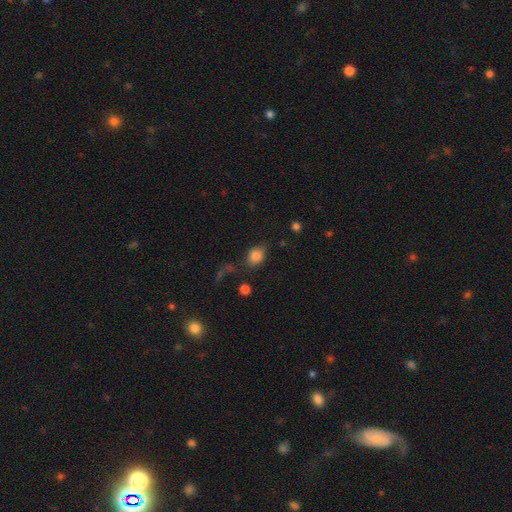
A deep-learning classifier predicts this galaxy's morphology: Smooth or featured?
  - smooth: 83% *
  - star or artifact: 10%
  - featured or disk: 7%
How rounded?
  - in between: 63% *
  - round: 35%
  - cigar-shaped: 2%
Merging?
  - none: 73% *
  - minor disturbance: 16%
  - major disturbance: 6%
  - merger: 5%